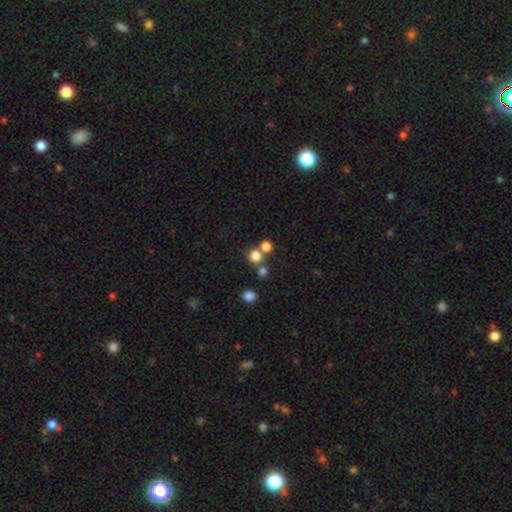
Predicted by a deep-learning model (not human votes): This appears to be a smooth galaxy with no disk features (77%) that is round (89%). Merging: none (62%).